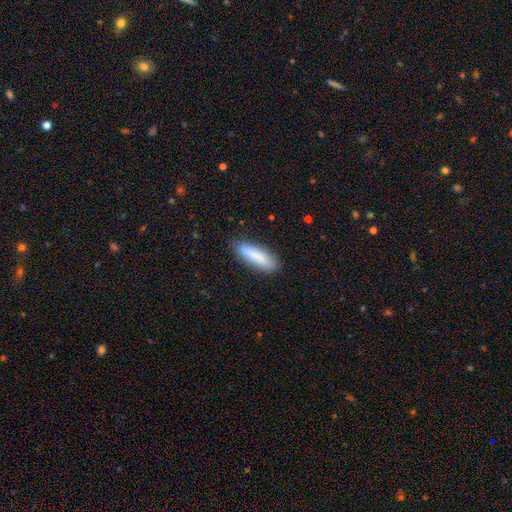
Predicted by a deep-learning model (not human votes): smooth_or_featured: smooth (p=0.81) [alt: featured or disk p=0.13]
how_rounded: cigar-shaped (p=0.66) [alt: in between p=0.33]
merging: none (p=0.82) [alt: minor disturbance p=0.14]